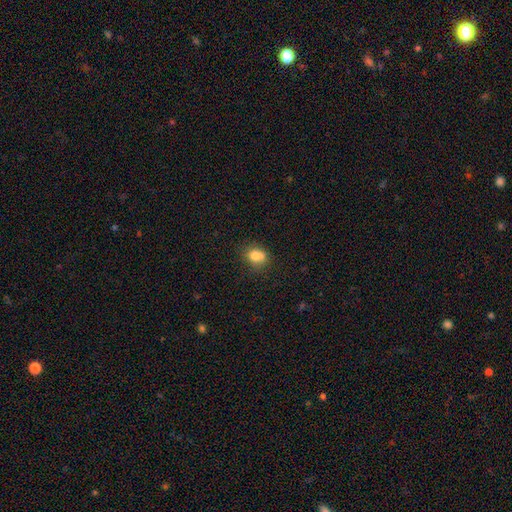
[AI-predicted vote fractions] Smooth or featured? Predicted: smooth (p=0.77). How rounded? Predicted: round (p=0.51). Merging? Predicted: none (p=0.50).